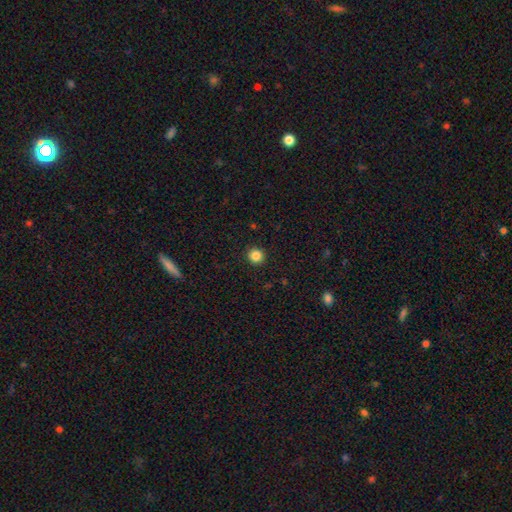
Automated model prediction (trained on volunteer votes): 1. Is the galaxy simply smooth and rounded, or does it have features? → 86% smooth, 11% star or artifact, 4% featured or disk.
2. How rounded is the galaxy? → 95% round, 5% in between, 1% cigar-shaped.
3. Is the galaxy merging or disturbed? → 93% none, 4% minor disturbance, 2% major disturbance, 1% merger.